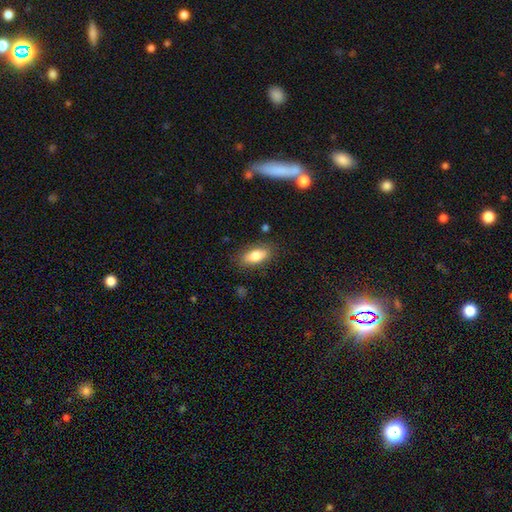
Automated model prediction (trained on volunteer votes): This is likely a smooth galaxy (79%). How rounded: clearly in between (84%). Merging: clearly none (84%).